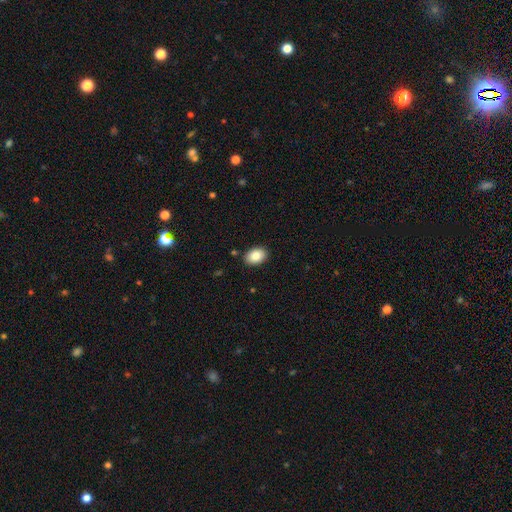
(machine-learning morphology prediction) Overall: smooth (86%). How rounded: in between (82%). Merging: none (88%).